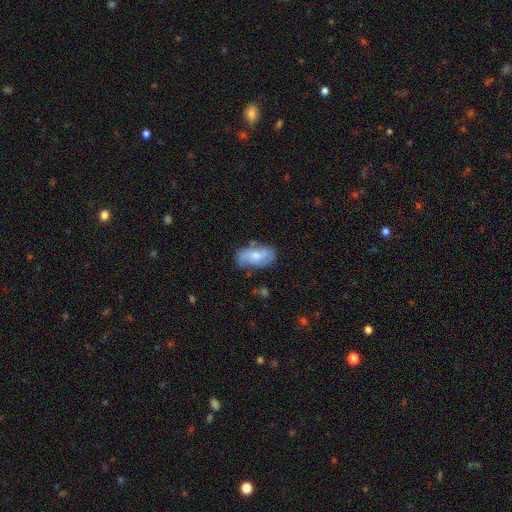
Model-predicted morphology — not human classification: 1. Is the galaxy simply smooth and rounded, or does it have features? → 48% featured or disk, 46% smooth, 7% star or artifact.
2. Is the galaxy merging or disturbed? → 62% none, 26% minor disturbance, 8% major disturbance, 3% merger.